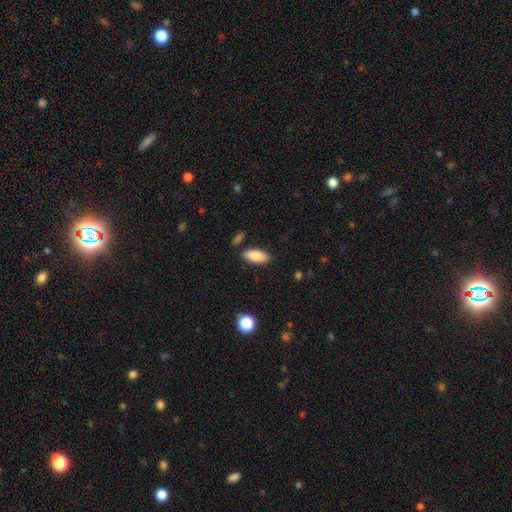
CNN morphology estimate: Smooth or featured? Predicted: smooth (p=0.87). How rounded? Predicted: in between (p=0.88). Merging? Predicted: none (p=0.85).